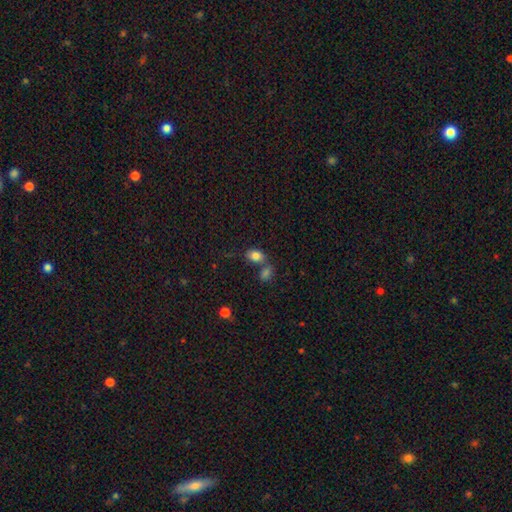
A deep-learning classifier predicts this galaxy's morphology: Q: Smooth or featured?
A: smooth (83%); runner-up: star or artifact (10%)
Q: How rounded?
A: in between (77%); runner-up: round (22%)
Q: Merging?
A: none (49%); runner-up: merger (34%)